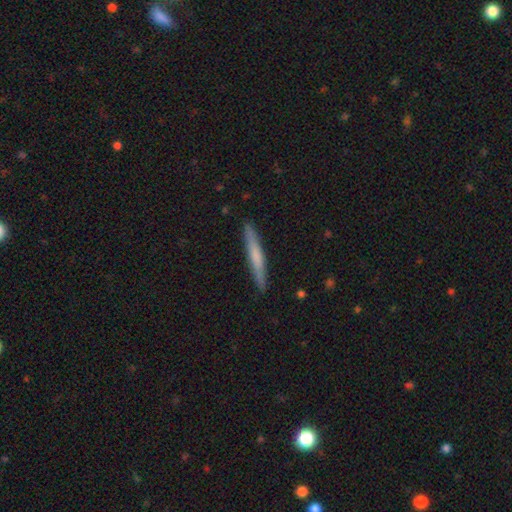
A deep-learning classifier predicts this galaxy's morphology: Smooth or featured? smooth (56%)
How rounded? cigar-shaped (96%)
Merging? none (91%)